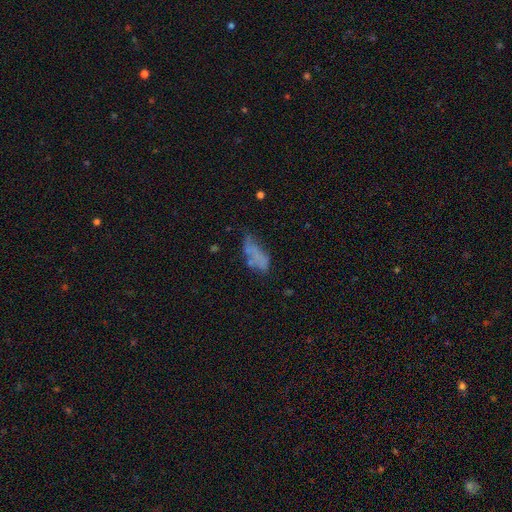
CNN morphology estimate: Smooth or featured?
  - smooth: 54% *
  - featured or disk: 32%
  - star or artifact: 14%
How rounded?
  - in between: 76% *
  - cigar-shaped: 21%
  - round: 4%
Merging?
  - none: 38% *
  - minor disturbance: 28%
  - major disturbance: 24%
  - merger: 10%